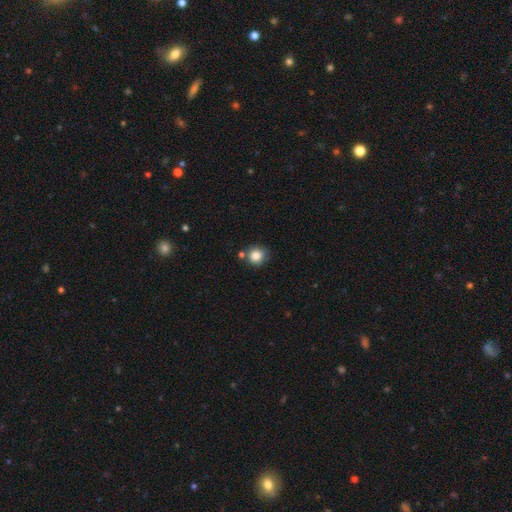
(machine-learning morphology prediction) This is clearly a smooth galaxy (84%). How rounded: clearly round (90%). Merging: likely none (71%).